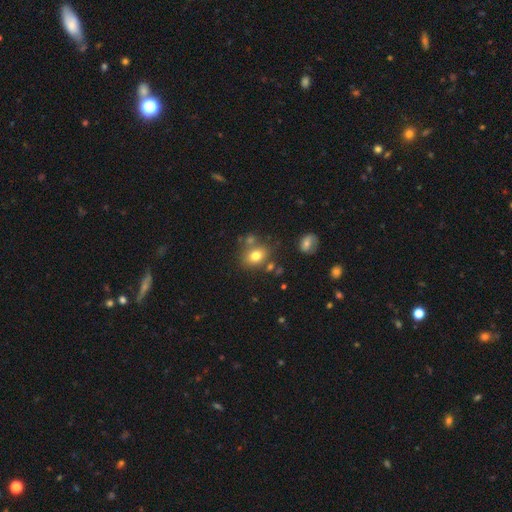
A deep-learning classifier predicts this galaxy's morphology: A smooth galaxy with no disk features (76%) that is in between round and cigar-shaped (51%). Merging: none (68%).